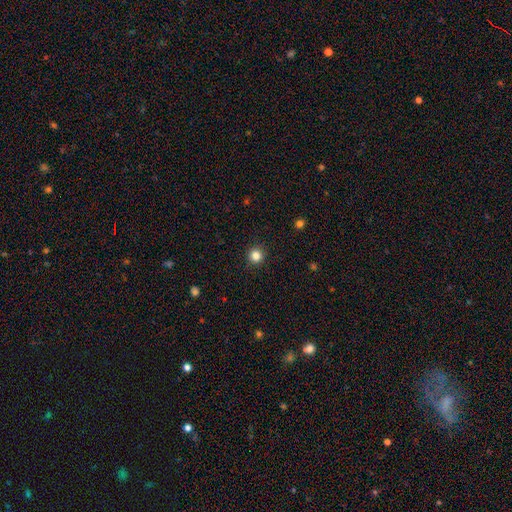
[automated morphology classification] Q: Smooth or featured?
A: smooth (83%); runner-up: star or artifact (13%)
Q: How rounded?
A: round (95%); runner-up: in between (4%)
Q: Merging?
A: none (93%); runner-up: minor disturbance (5%)